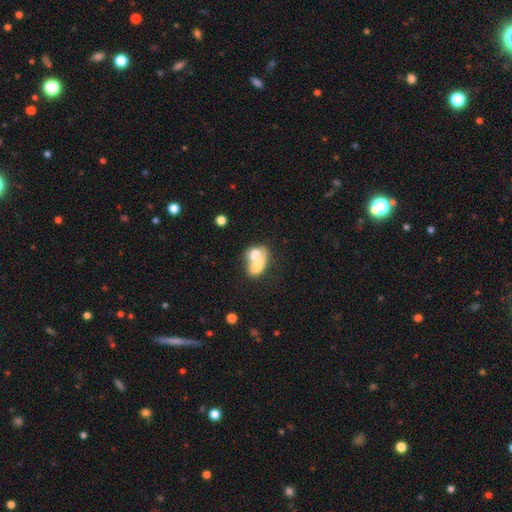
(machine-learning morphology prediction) smooth 66%, featured or disk 27%, star or artifact 7%. Down the decision tree: how rounded — in between (63%); merging — merger (78%).